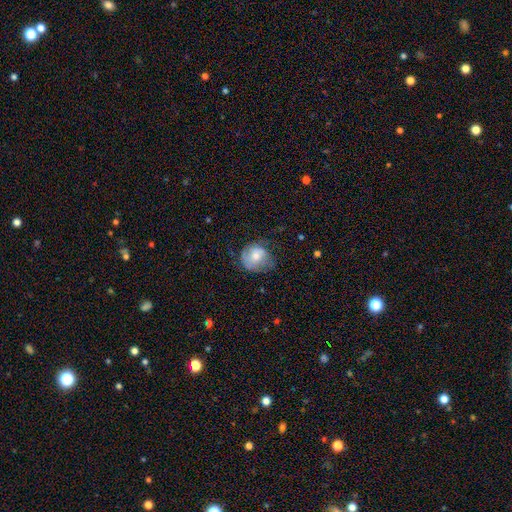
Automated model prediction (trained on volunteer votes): smooth 60%, featured or disk 33%, star or artifact 7%. Down the decision tree: how rounded — round (71%); merging — none (46%).